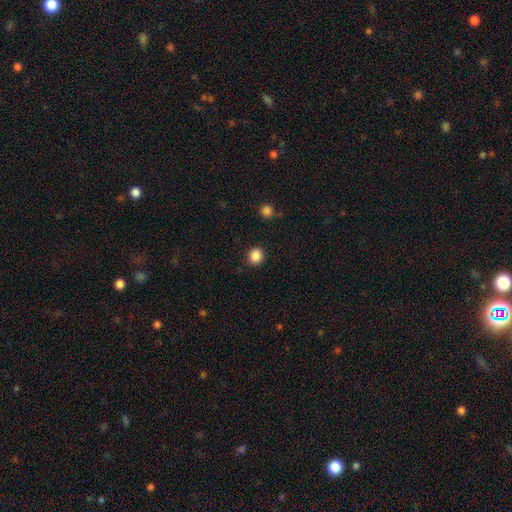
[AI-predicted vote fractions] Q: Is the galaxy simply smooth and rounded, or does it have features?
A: smooth — 87%.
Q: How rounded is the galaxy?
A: round — 85%.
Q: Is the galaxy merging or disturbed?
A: none — 91%.